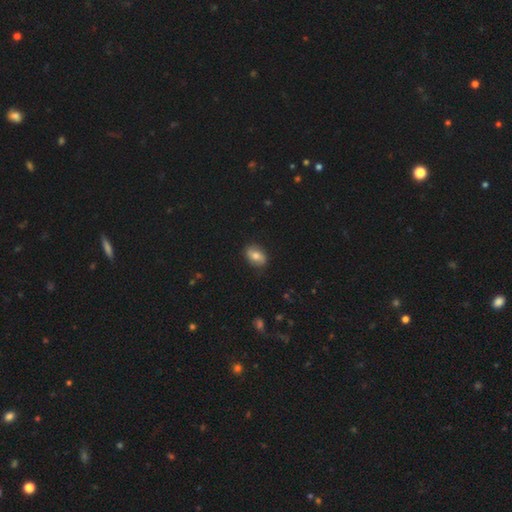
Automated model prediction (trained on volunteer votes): smooth-or-featured: smooth: 66% | featured or disk: 26% | star or artifact: 8%
  how-rounded: in between: 82% | round: 16% | cigar-shaped: 2%
  merging: none: 82% | minor disturbance: 14% | major disturbance: 3% | merger: 1%